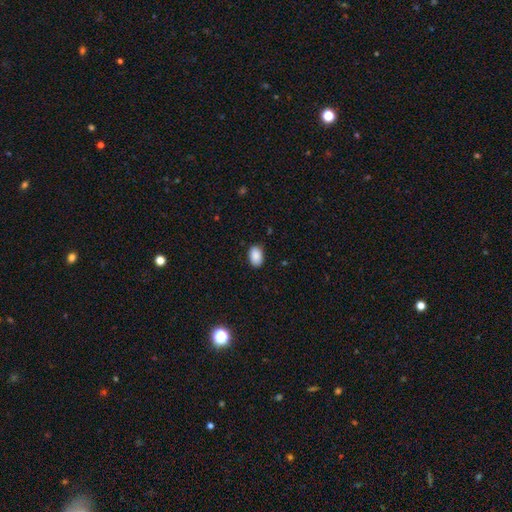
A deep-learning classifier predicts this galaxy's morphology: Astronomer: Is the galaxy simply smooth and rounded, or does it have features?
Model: smooth — 89%.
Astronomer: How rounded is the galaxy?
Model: in between — 89%.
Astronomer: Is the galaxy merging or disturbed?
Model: none — 86%.